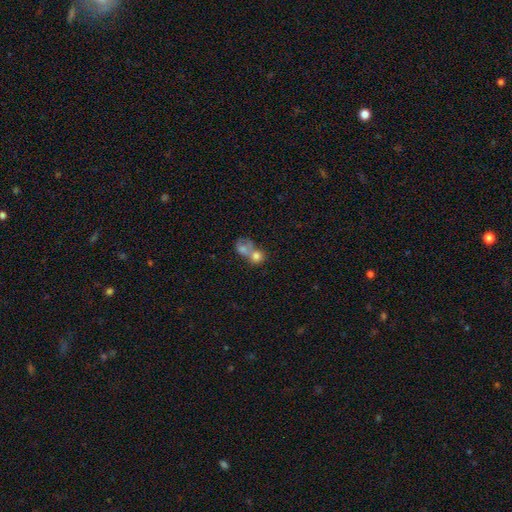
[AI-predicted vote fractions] Smooth or featured: smooth — 71% (featured or disk — 19%)
How rounded: round — 65% (in between — 34%)
Merging: merger — 72% (none — 17%)